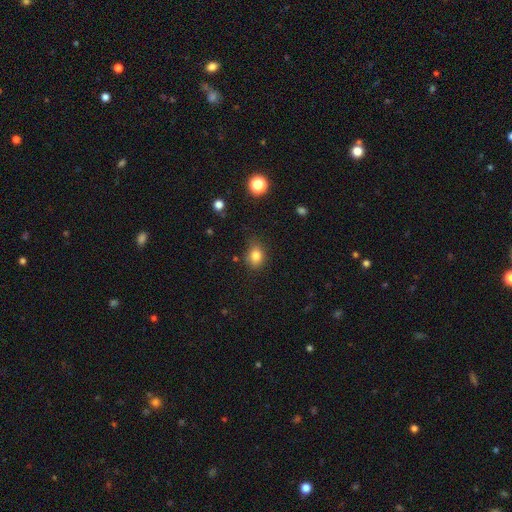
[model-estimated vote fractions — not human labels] Smooth or featured? Predicted: smooth (p=0.82). How rounded? Predicted: in between (p=0.56). Merging? Predicted: none (p=0.70).